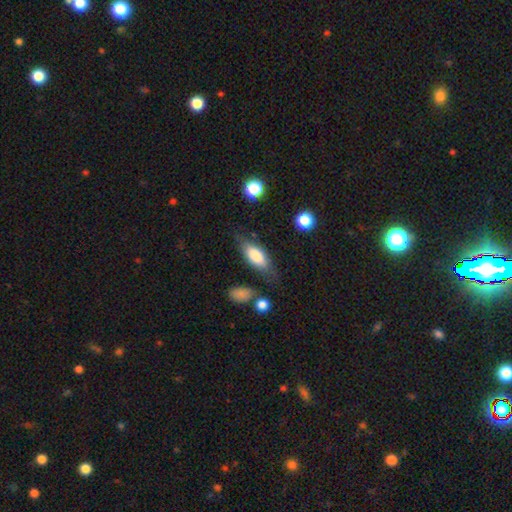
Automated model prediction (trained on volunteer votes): Smooth or featured? Predicted: smooth (p=0.75). How rounded? Predicted: in between (p=0.77). Merging? Predicted: none (p=0.68).